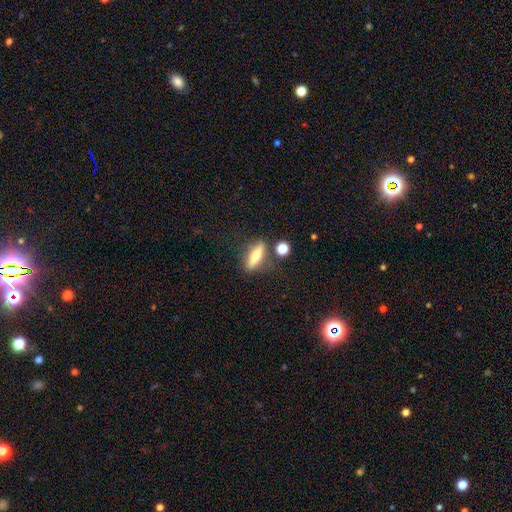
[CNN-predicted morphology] Smooth or featured: smooth — 52% (featured or disk — 40%)
How rounded: cigar-shaped — 56% (in between — 39%)
Merging: none — 76% (minor disturbance — 13%)